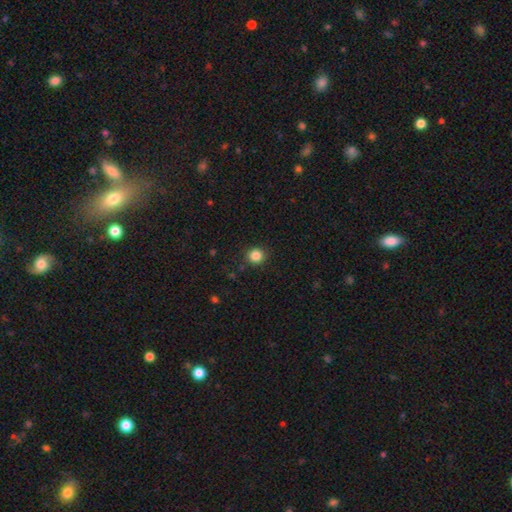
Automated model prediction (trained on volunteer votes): Smooth or featured? smooth (85%)
How rounded? round (92%)
Merging? none (90%)